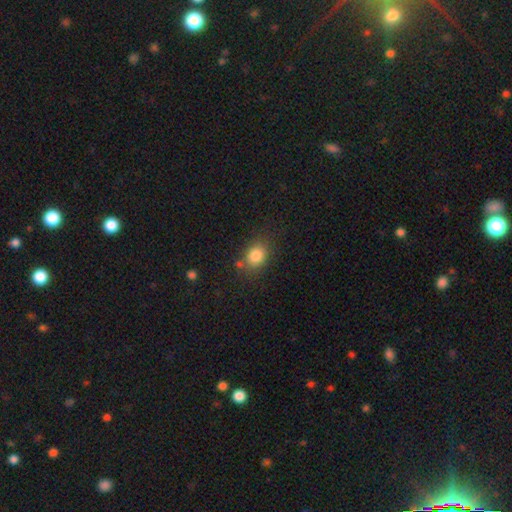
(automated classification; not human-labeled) Overall: smooth (83%). How rounded: in between (50%; round 49%). Merging: none (73%).